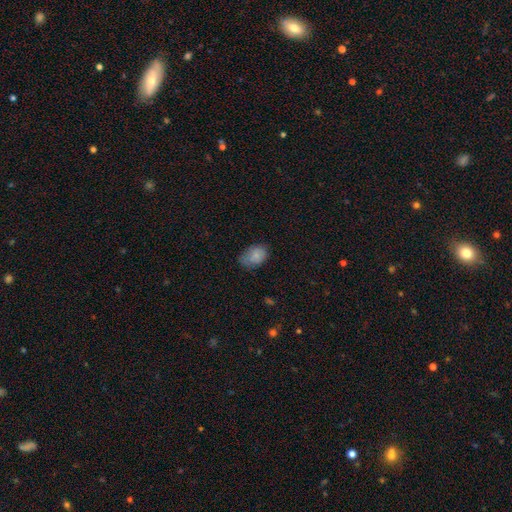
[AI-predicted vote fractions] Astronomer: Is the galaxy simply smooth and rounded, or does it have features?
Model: smooth — 80%.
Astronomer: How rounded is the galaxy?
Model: in between — 80%.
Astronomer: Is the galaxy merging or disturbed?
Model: none — 58%.